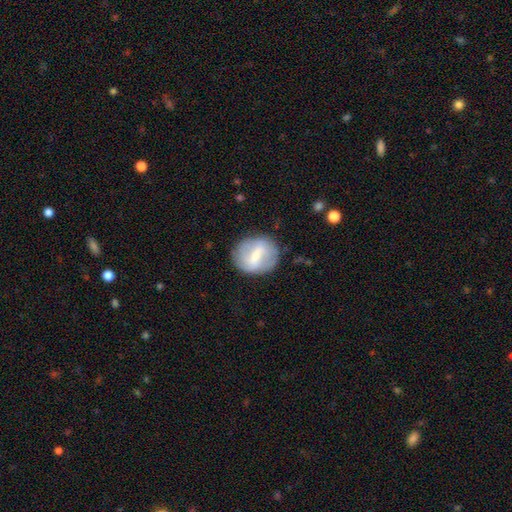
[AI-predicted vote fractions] smooth-or-featured: featured or disk: 53% | smooth: 41% | star or artifact: 7%
  disk-edge-on: no: 96% | yes: 4%
    bar: weak: 45% | strong: 42% | no: 13%
    has-spiral-arms: yes: 53% | no: 47%
    bulge-size: small: 46% | moderate: 36% | none: 12% | large: 4% | dominant: 1%
  merging: none: 77% | minor disturbance: 15% | major disturbance: 6% | merger: 1%